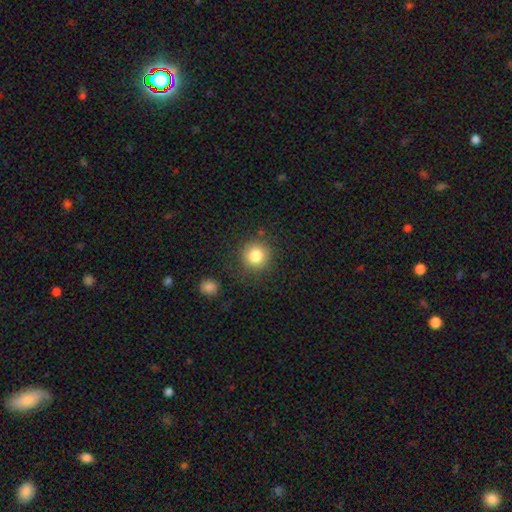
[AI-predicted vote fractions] A smooth galaxy with no disk features (83%) that is round (94%). Merging: none (84%).